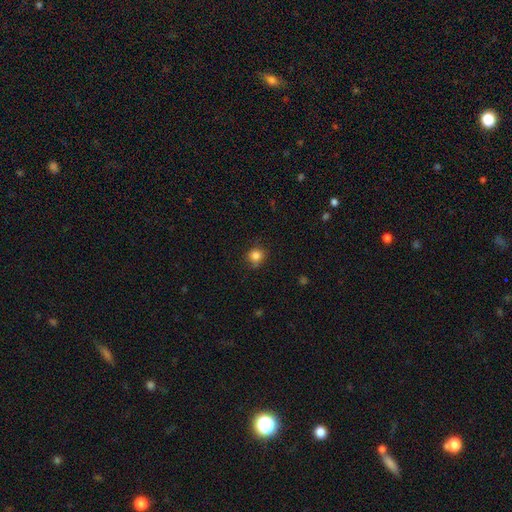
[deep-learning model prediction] smooth_or_featured: smooth (p=0.83) [alt: star or artifact p=0.12]
how_rounded: round (p=0.83) [alt: in between p=0.16]
merging: none (p=0.74) [alt: minor disturbance p=0.19]